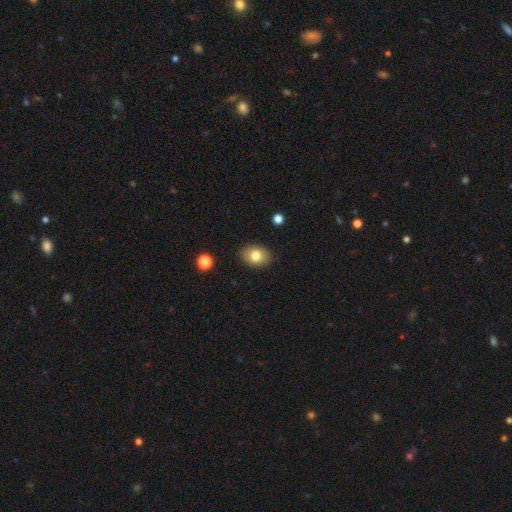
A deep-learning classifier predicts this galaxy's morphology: type=smooth (79%); roundness=in between (64%); merging=none (87%).